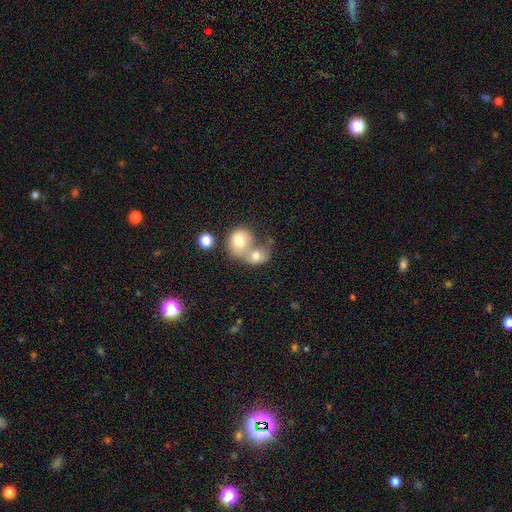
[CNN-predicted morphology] This appears to be a smooth galaxy with no disk features (72%) that is round (60%). Merging: merger (74%).